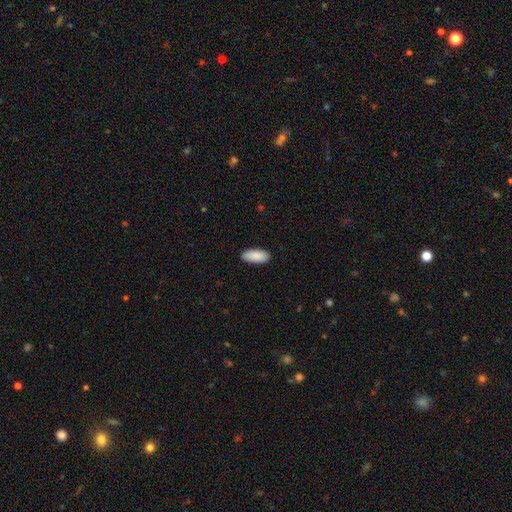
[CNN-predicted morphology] smooth_or_featured: smooth (p=0.90) [alt: star or artifact p=0.06]
how_rounded: in between (p=0.87) [alt: cigar-shaped p=0.11]
merging: none (p=0.89) [alt: minor disturbance p=0.08]